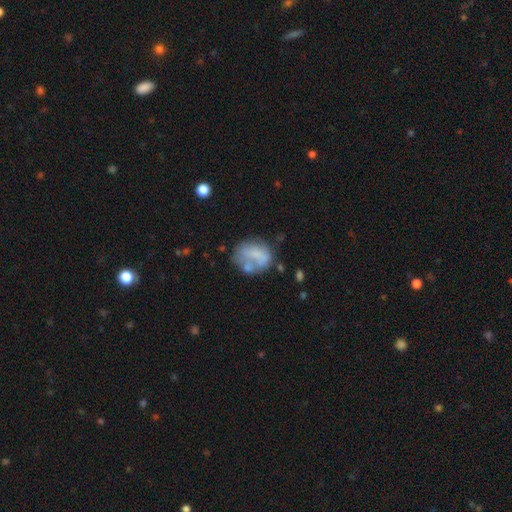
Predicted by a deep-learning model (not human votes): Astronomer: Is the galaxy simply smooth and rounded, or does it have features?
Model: smooth — 56% (runner-up: featured or disk, 34%).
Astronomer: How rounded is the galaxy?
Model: round — 50% (runner-up: in between, 49%).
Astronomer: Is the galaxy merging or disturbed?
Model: none — 39% (runner-up: minor disturbance, 24%).